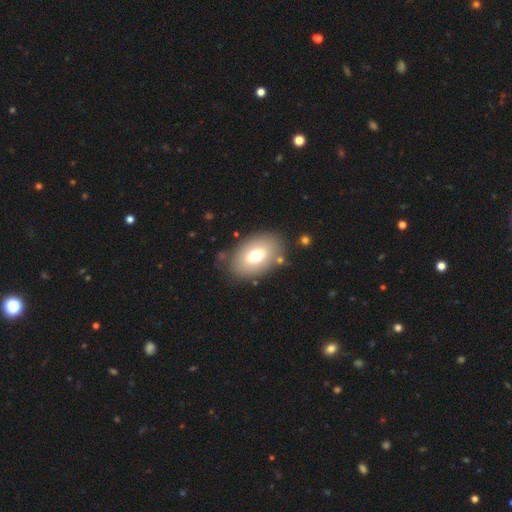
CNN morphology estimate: Overall: smooth (70%). How rounded: in between (86%). Merging: none (82%).